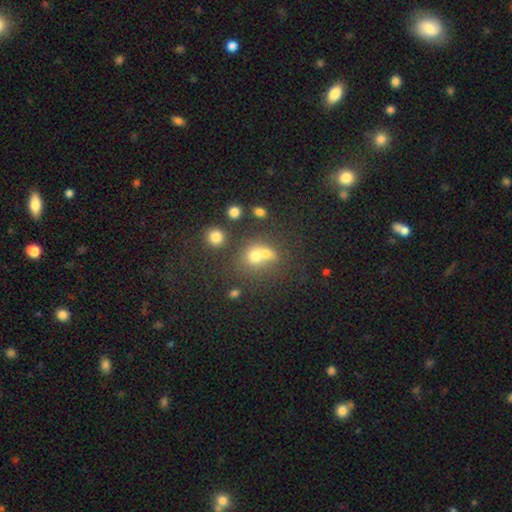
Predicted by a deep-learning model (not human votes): Smooth or featured? smooth (67%)
How rounded? round (74%)
Merging? merger (52%)